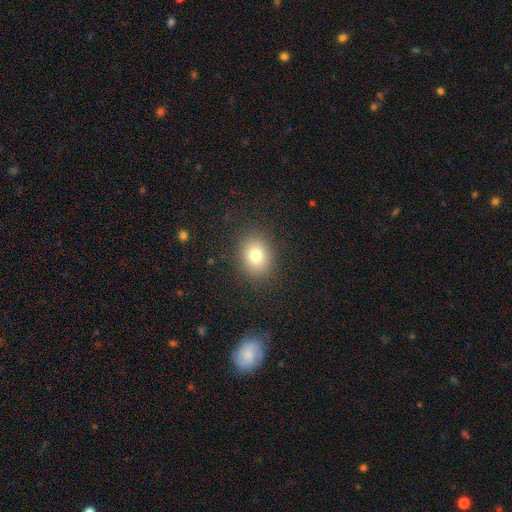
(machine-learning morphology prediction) Q: Smooth or featured?
A: smooth (78%); runner-up: star or artifact (12%)
Q: How rounded?
A: round (53%); runner-up: in between (46%)
Q: Merging?
A: none (87%); runner-up: minor disturbance (8%)